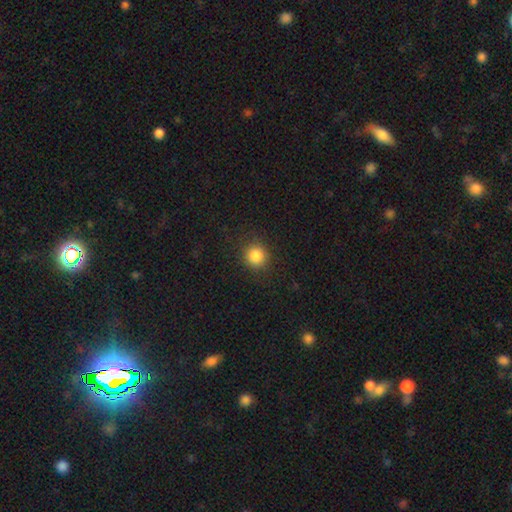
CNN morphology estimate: smooth 85%, star or artifact 11%, featured or disk 4%. Down the decision tree: how rounded — round (90%); merging — none (88%).